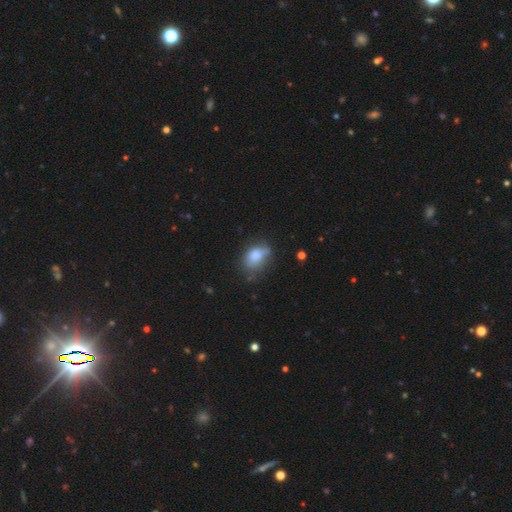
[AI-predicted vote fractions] Smooth or featured? Predicted: smooth (p=0.77). How rounded? Predicted: in between (p=0.77). Merging? Predicted: none (p=0.43).